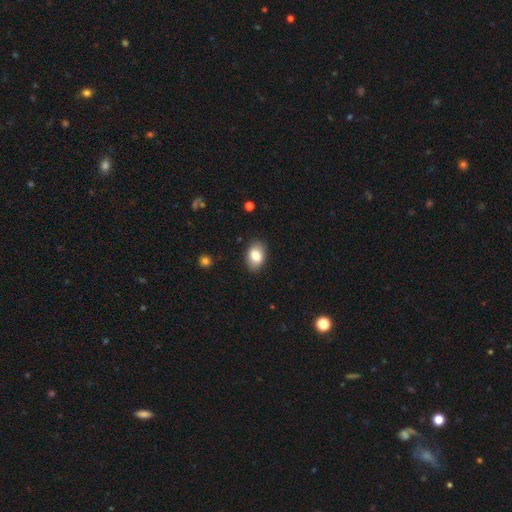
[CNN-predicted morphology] This is clearly a smooth galaxy (81%). How rounded: clearly in between (83%). Merging: clearly none (86%).